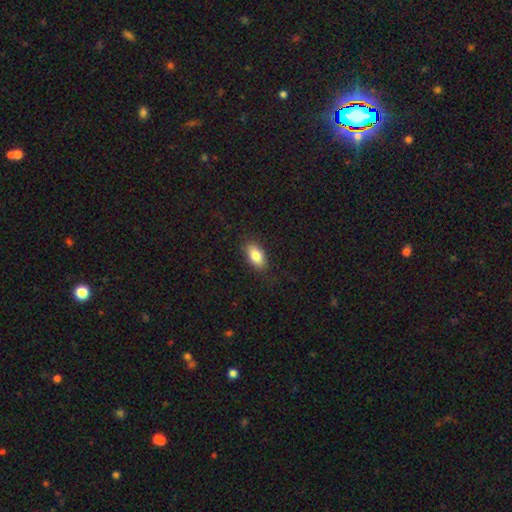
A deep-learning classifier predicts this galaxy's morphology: This appears to be a smooth galaxy with no disk features (84%) that is in between round and cigar-shaped (91%). Merging: none (85%).